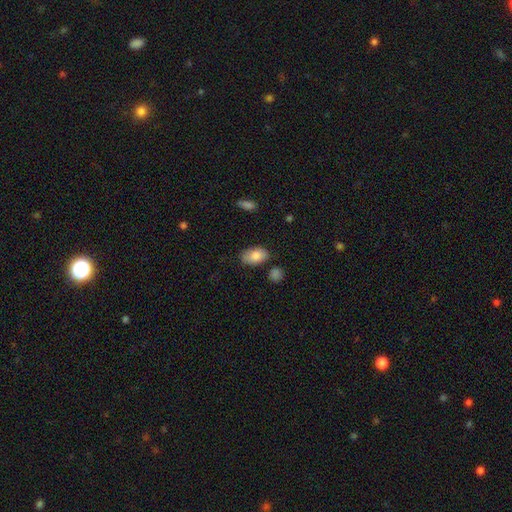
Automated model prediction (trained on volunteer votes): Morphology: type=smooth (83%); roundness=in between (93%); merging=none (78%).